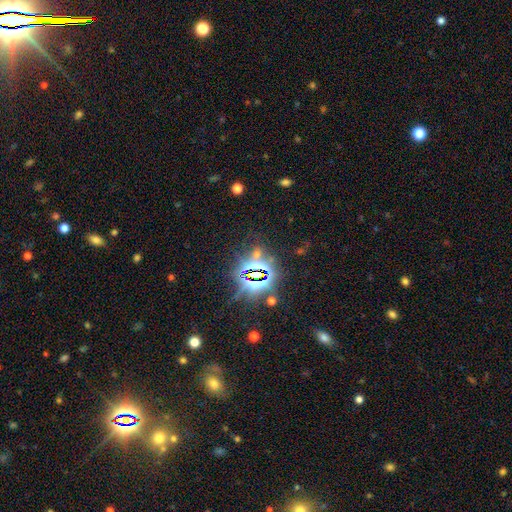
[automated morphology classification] Smooth or featured? Predicted: star or artifact (p=0.81).